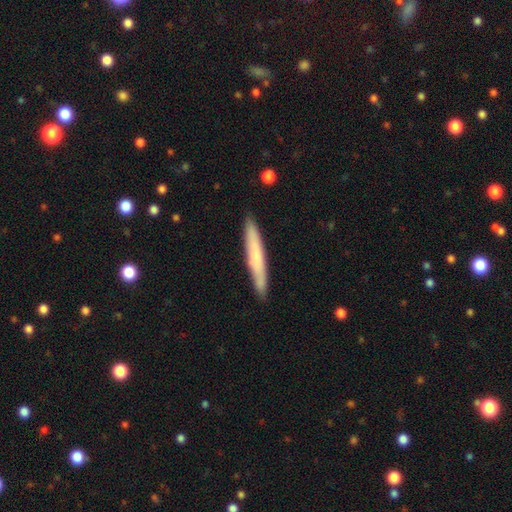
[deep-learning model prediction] The model was most divided on "smooth or featured": smooth: 62%, featured or disk: 32%, star or artifact: 6%. More confident: how rounded — cigar-shaped (95%); merging — none (89%).